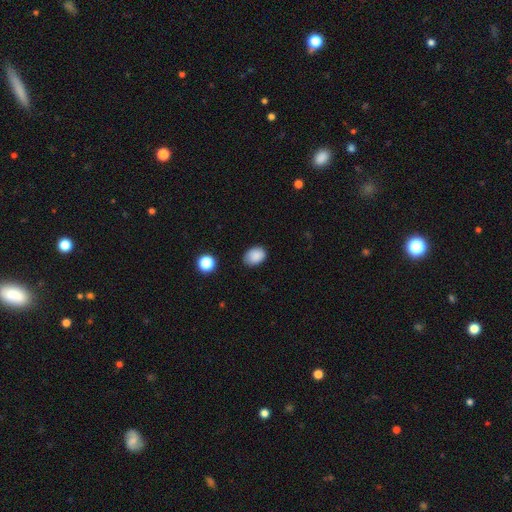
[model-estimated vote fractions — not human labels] smooth 87%, star or artifact 9%, featured or disk 4%. Down the decision tree: how rounded — in between (74%); merging — none (79%).